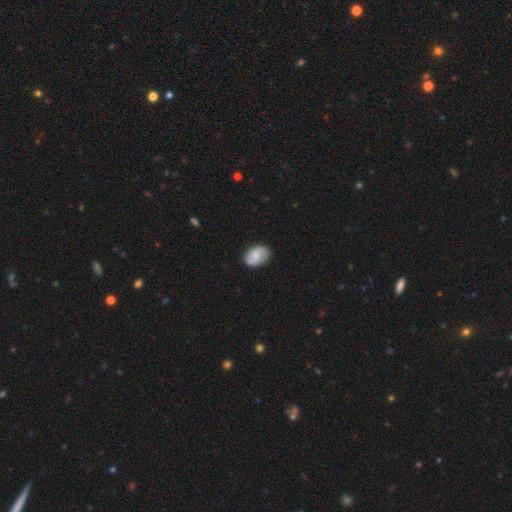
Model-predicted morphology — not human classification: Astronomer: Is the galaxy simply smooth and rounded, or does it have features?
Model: featured or disk — 47% (runner-up: smooth, 46%).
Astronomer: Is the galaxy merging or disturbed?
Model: none — 81%.